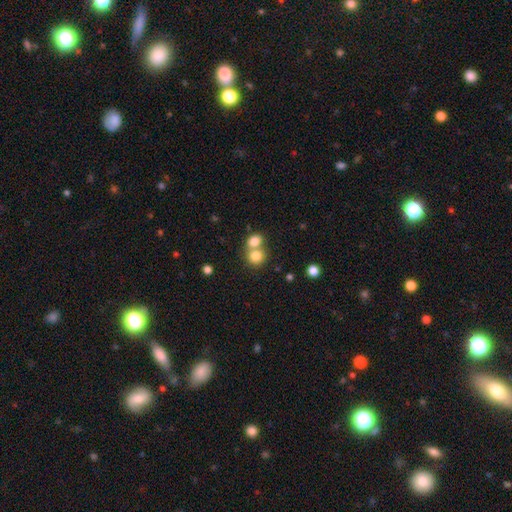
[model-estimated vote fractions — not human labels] Morphology: type=smooth (79%); roundness=round (79%); merging=merger (56%).